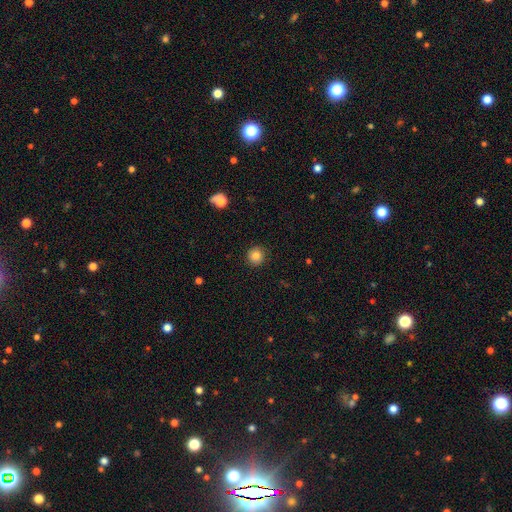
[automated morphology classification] A smooth galaxy with no disk features (83%) that is round (94%).

Vote fractions:
- Smooth or featured? smooth: 83% / star or artifact: 11% / featured or disk: 6%
- How rounded? round: 94% / in between: 5% / cigar-shaped: 1%
- Merging? none: 90% / minor disturbance: 7% / major disturbance: 2% / merger: 1%